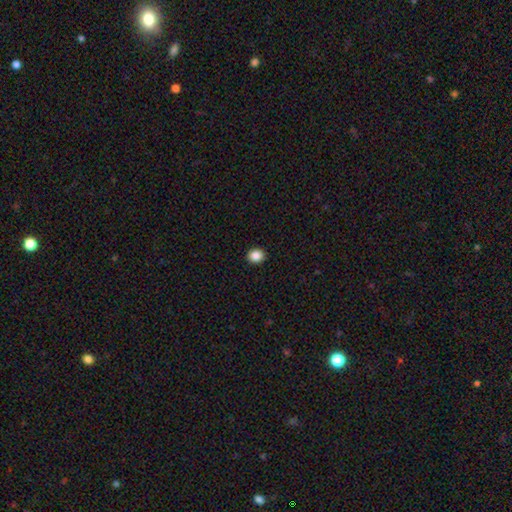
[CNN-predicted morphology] Smooth or featured: smooth — 88% (star or artifact — 10%)
How rounded: round — 74% (in between — 25%)
Merging: none — 92% (minor disturbance — 5%)